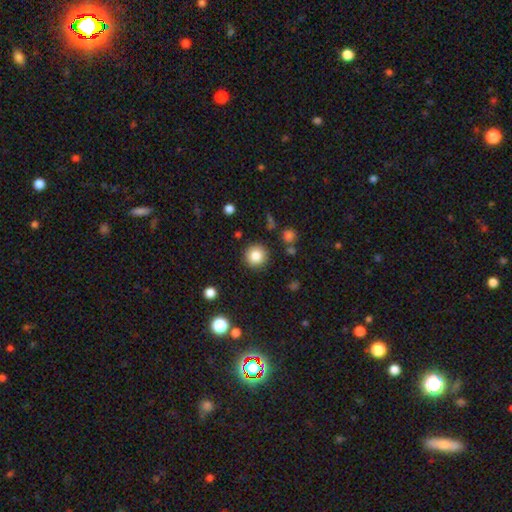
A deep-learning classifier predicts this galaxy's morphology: Smooth or featured? smooth (84%)
How rounded? round (95%)
Merging? none (89%)